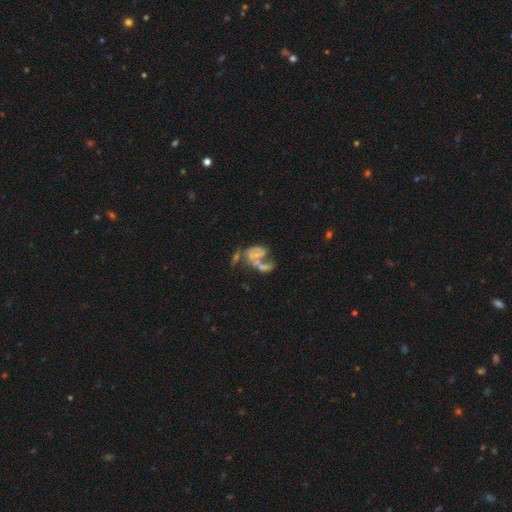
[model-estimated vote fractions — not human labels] Smooth or featured?
  - featured or disk: 58% *
  - smooth: 29%
  - star or artifact: 13%
Edge-on disk?
  - no: 98% *
  - yes: 2%
Bar?
  - no: 86% *
  - weak: 10%
  - strong: 3%
Spiral arms?
  - no: 68% *
  - yes: 32%
Bulge size?
  - none: 56% *
  - small: 29%
  - moderate: 12%
  - large: 2%
  - dominant: 2%
Merging?
  - merger: 49% *
  - major disturbance: 26%
  - none: 15%
  - minor disturbance: 10%